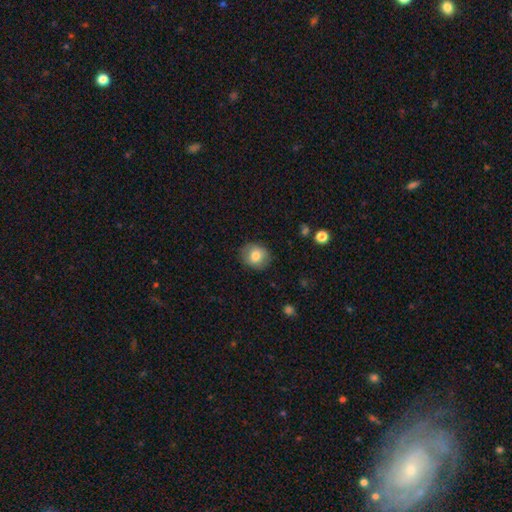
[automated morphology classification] Q: Smooth or featured?
A: smooth (77%); runner-up: featured or disk (15%)
Q: How rounded?
A: round (75%); runner-up: in between (24%)
Q: Merging?
A: none (83%); runner-up: minor disturbance (13%)